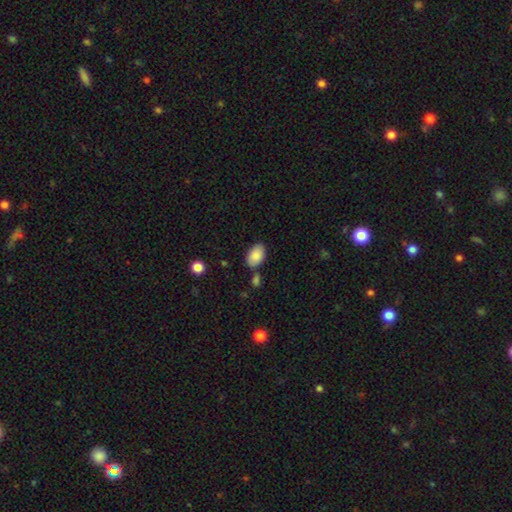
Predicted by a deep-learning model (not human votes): A smooth galaxy with no disk features (87%) that is in between round and cigar-shaped (92%).

Vote fractions:
- Smooth or featured? smooth: 87% / star or artifact: 7% / featured or disk: 7%
- How rounded? in between: 92% / round: 7% / cigar-shaped: 1%
- Merging? none: 71% / minor disturbance: 16% / merger: 9% / major disturbance: 4%